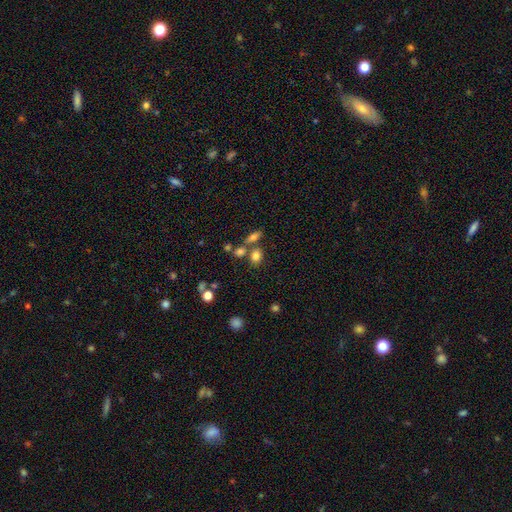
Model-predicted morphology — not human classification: This appears to be a smooth galaxy with no disk features (77%) that is in between round and cigar-shaped (55%). Merging: none (58%).